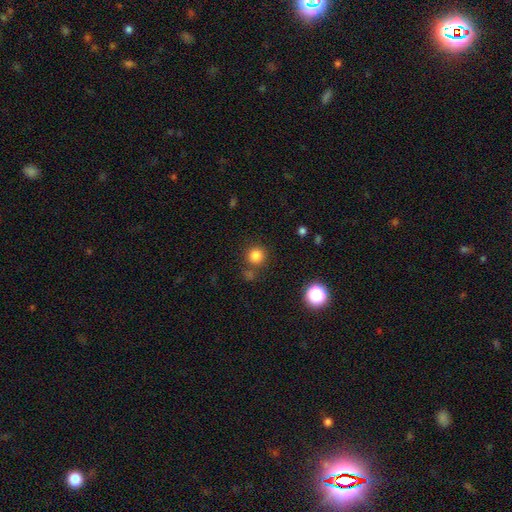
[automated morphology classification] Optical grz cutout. It shows a smooth galaxy with no disk features (82%) that is round (93%). Merging: none (77%).